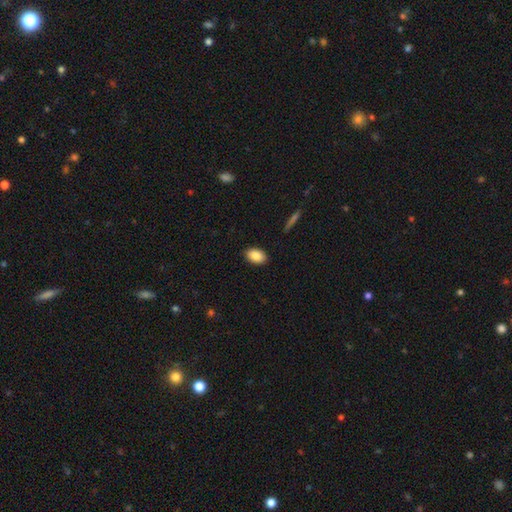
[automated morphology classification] smooth-or-featured: smooth: 88% | star or artifact: 7% | featured or disk: 5%
  how-rounded: in between: 90% | round: 8% | cigar-shaped: 2%
  merging: none: 89% | minor disturbance: 8% | major disturbance: 2% | merger: 1%